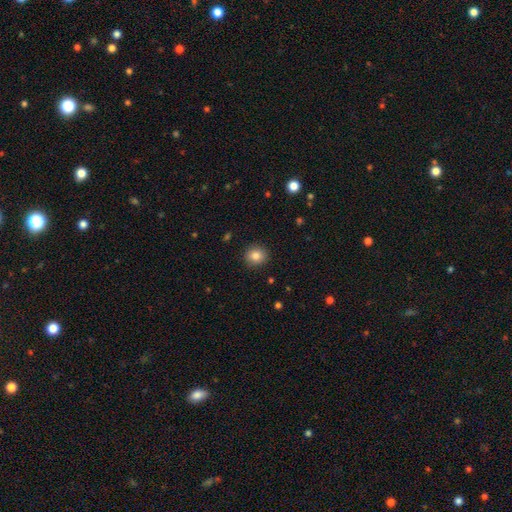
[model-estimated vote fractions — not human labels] Q: Smooth or featured?
A: smooth (84%); runner-up: star or artifact (10%)
Q: How rounded?
A: round (87%); runner-up: in between (12%)
Q: Merging?
A: none (91%); runner-up: minor disturbance (7%)